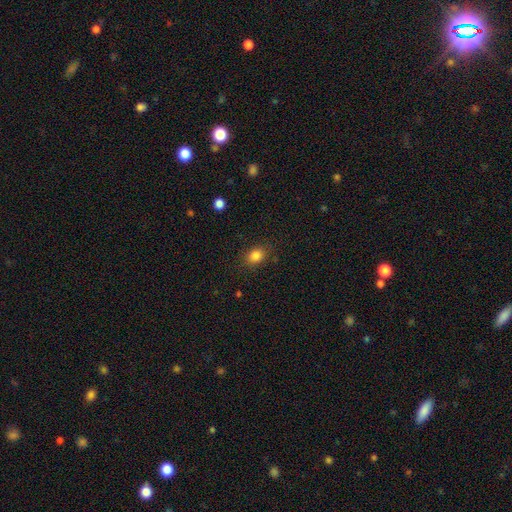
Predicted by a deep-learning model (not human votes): smooth-or-featured: smooth: 84% | star or artifact: 11% | featured or disk: 5%
  how-rounded: in between: 53% | round: 46% | cigar-shaped: 1%
  merging: none: 84% | minor disturbance: 11% | major disturbance: 4% | merger: 1%